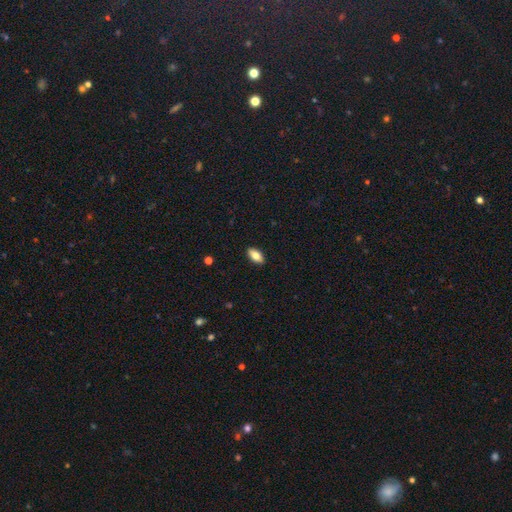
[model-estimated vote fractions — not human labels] The model was most divided on "smooth or featured": smooth: 79%, featured or disk: 14%, star or artifact: 7%. More confident: how rounded — in between (90%); merging — none (90%).